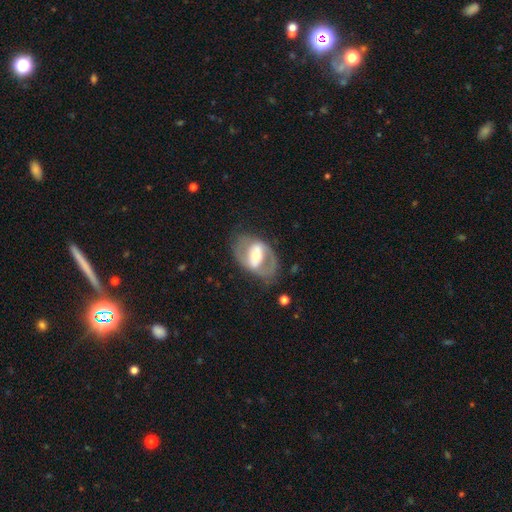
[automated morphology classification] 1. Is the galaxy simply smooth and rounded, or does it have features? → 74% featured or disk, 20% smooth, 6% star or artifact.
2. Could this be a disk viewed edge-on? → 94% no, 6% yes.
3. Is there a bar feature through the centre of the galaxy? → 51% strong, 30% weak, 19% no.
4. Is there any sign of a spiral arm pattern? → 61% yes, 39% no.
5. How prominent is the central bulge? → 55% moderate, 28% small, 14% large, 2% dominant, 1% none.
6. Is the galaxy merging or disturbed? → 63% none, 19% minor disturbance, 16% major disturbance, 2% merger.